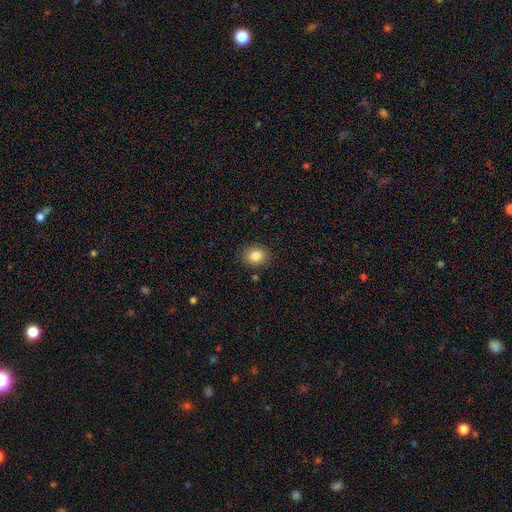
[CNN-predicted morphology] smooth_or_featured: smooth (p=0.84) [alt: star or artifact p=0.10]
how_rounded: round (p=0.58) [alt: in between p=0.41]
merging: none (p=0.87) [alt: minor disturbance p=0.09]